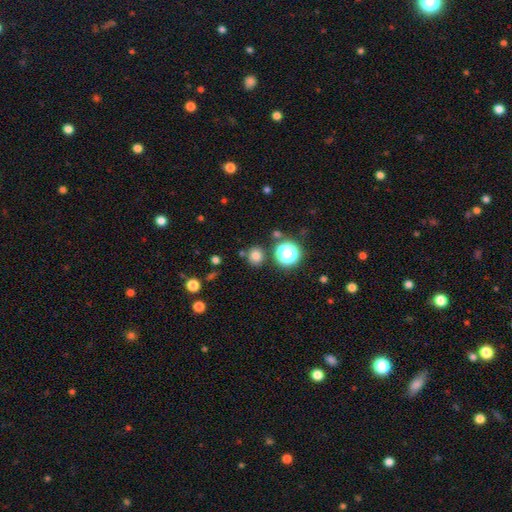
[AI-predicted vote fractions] Morphology: type=smooth (75%); roundness=round (84%); merging=none (82%).